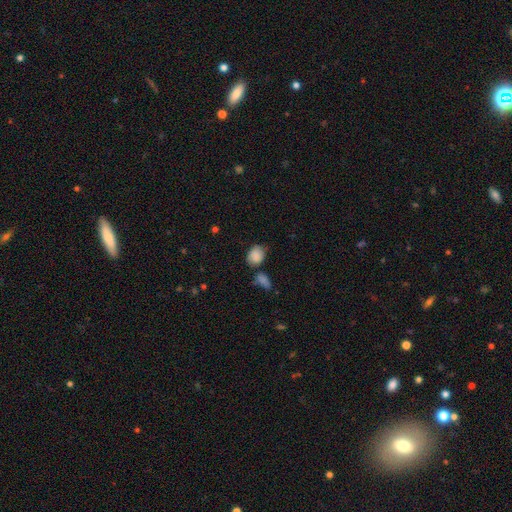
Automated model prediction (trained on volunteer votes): A smooth galaxy with no disk features (85%) that is in between round and cigar-shaped (64%).

Vote fractions:
- Smooth or featured? smooth: 85% / star or artifact: 9% / featured or disk: 6%
- How rounded? in between: 64% / round: 34% / cigar-shaped: 1%
- Merging? none: 57% / minor disturbance: 22% / merger: 15% / major disturbance: 6%